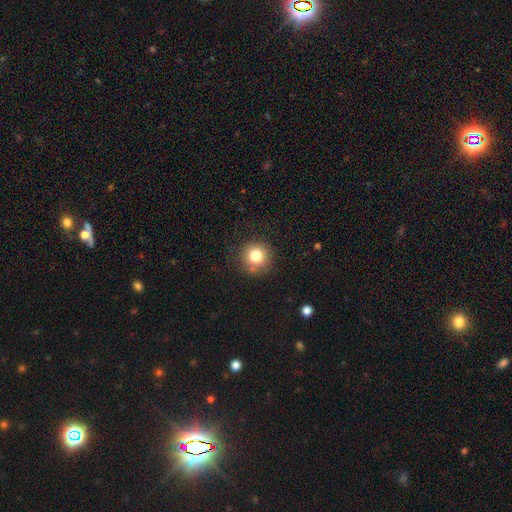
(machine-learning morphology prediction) Smooth or featured: smooth — 79% (star or artifact — 12%)
How rounded: round — 94% (in between — 5%)
Merging: none — 83% (minor disturbance — 11%)